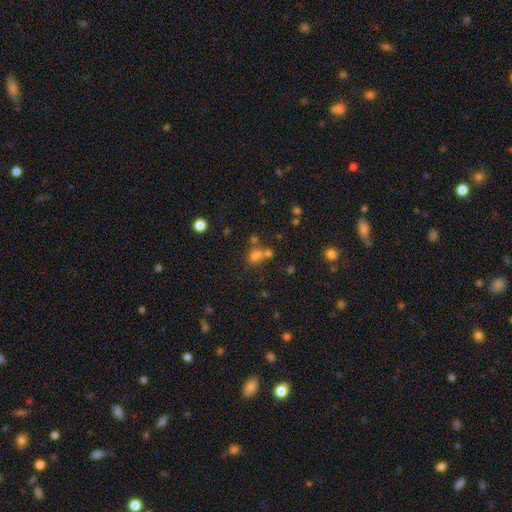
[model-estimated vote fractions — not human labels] This is likely a smooth galaxy (65%). How rounded: likely round (64%). Merging: marginally merger (42%, tied with none).